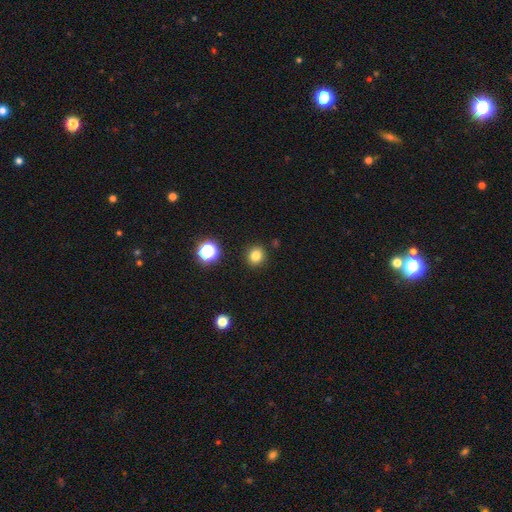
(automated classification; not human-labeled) Smooth or featured? Predicted: smooth (p=0.81). How rounded? Predicted: round (p=0.85). Merging? Predicted: none (p=0.90).